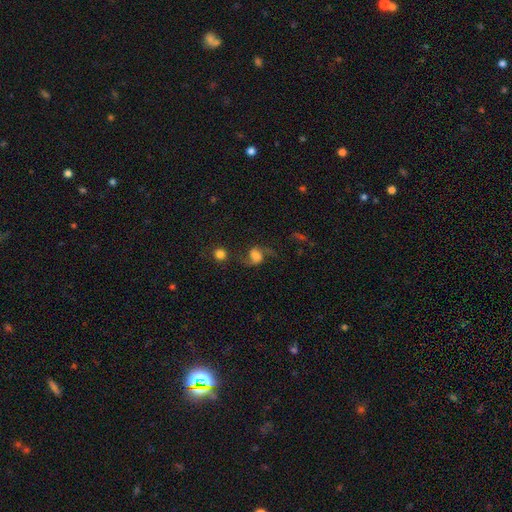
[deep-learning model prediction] Morphology: type=featured or disk (61%); edge-on=no (97%); bar=no (48%); spiral arms=yes (93%); winding=loose (70%); arm count=2 (90%); bulge=moderate (27%, tied with large); merging=none (58%).